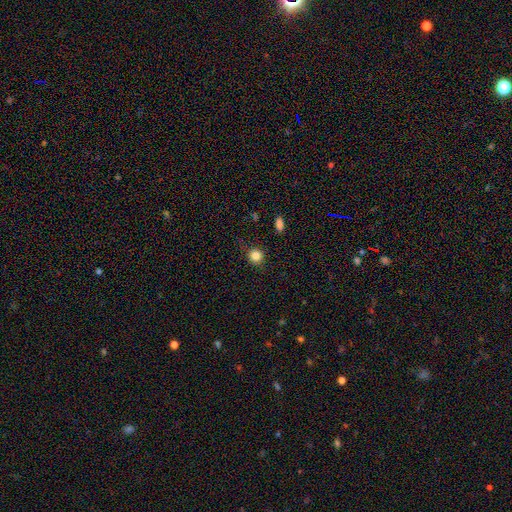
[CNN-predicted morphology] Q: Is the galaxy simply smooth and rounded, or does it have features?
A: smooth — 83%.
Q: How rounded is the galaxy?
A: round — 89%.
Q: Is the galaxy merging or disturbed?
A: none — 87%.